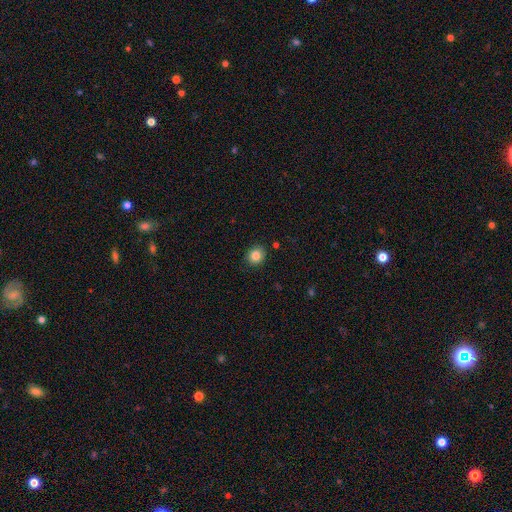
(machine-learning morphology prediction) This appears to be a smooth galaxy with no disk features (84%) that is round (80%). Merging: none (89%).